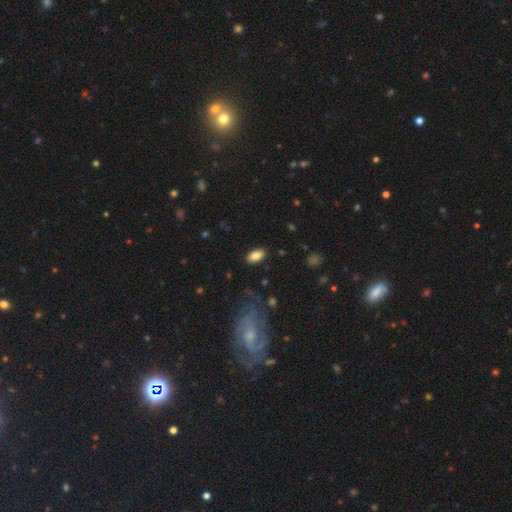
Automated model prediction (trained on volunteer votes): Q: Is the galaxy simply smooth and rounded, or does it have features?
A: smooth — 85%.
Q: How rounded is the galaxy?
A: in between — 93%.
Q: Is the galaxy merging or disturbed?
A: none — 86%.